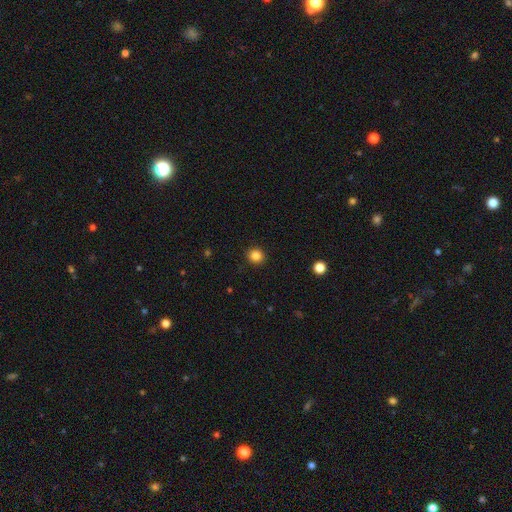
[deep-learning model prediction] A smooth galaxy with no disk features (85%) that is round (89%).

Vote fractions:
- Smooth or featured? smooth: 85% / star or artifact: 11% / featured or disk: 4%
- How rounded? round: 89% / in between: 10% / cigar-shaped: 1%
- Merging? none: 91% / minor disturbance: 6% / major disturbance: 2% / merger: 1%